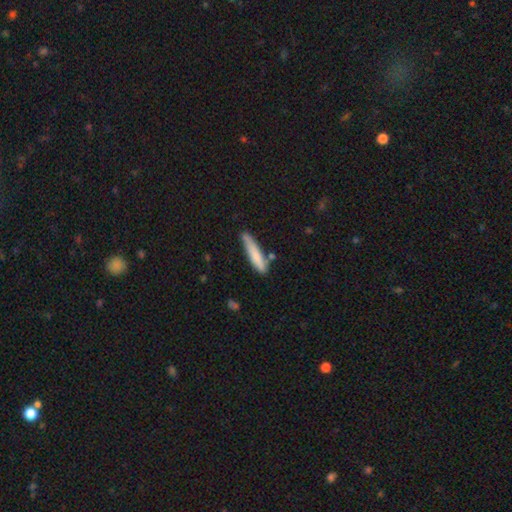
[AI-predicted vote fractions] Morphology: type=smooth (76%); roundness=cigar-shaped (88%); merging=none (69%).